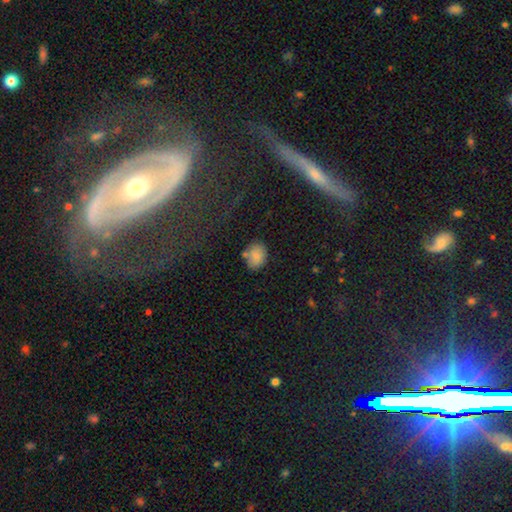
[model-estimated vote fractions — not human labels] Overall: smooth (82%). How rounded: in between (59%; round 40%). Merging: none (70%).